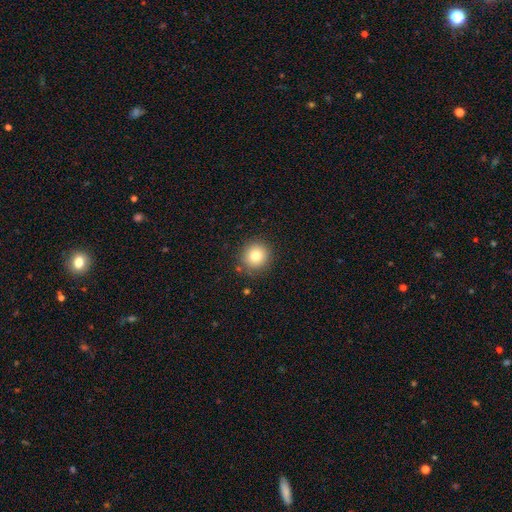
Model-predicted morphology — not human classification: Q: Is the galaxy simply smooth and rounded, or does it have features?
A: smooth — 80%.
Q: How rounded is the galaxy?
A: round — 93%.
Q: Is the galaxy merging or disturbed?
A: none — 88%.